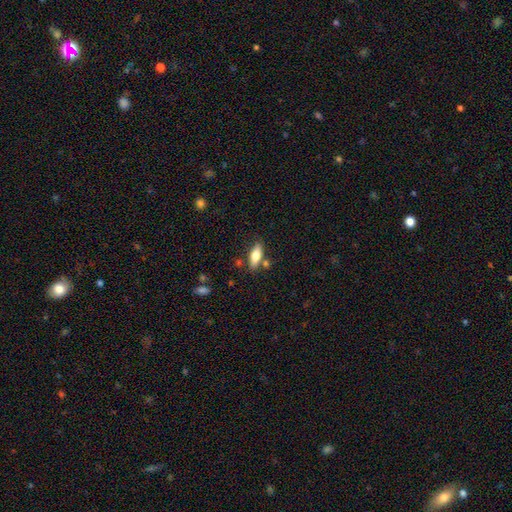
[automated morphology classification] smooth 72%, featured or disk 21%, star or artifact 7%. Down the decision tree: how rounded — in between (65%); merging — none (76%).